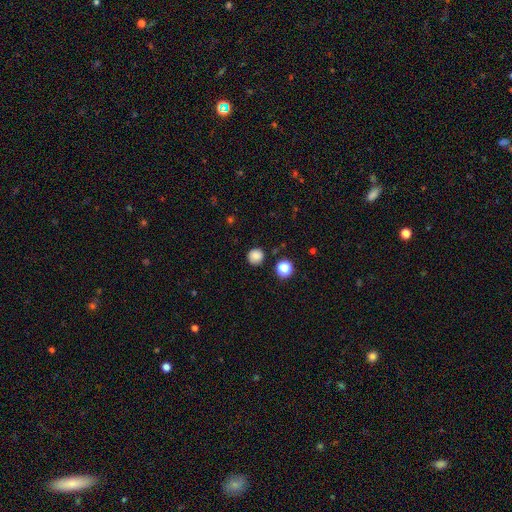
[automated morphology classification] Q: Smooth or featured?
A: smooth (83%); runner-up: star or artifact (12%)
Q: How rounded?
A: round (94%); runner-up: in between (6%)
Q: Merging?
A: none (87%); runner-up: minor disturbance (8%)